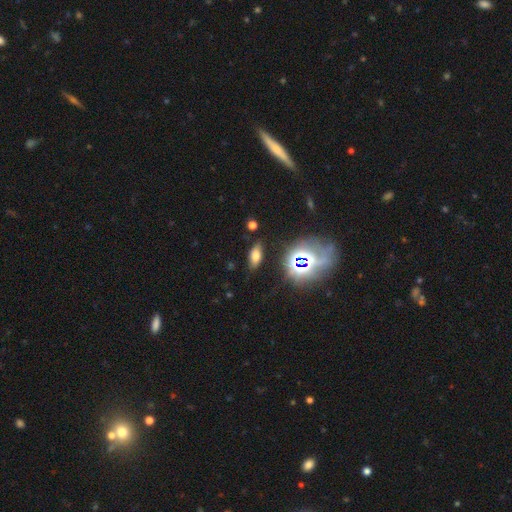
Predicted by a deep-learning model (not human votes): This appears to be a smooth galaxy with no disk features (61%) that is in between round and cigar-shaped (83%). Merging: none (83%).